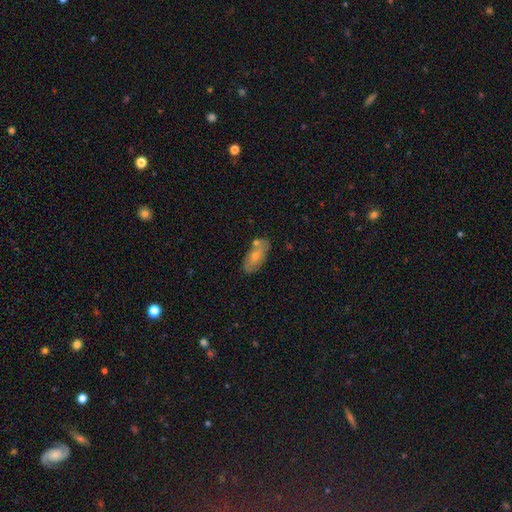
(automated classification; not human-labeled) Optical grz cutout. It shows a smooth galaxy with no disk features (63%) that is in between round and cigar-shaped (88%). Merging: none (65%).